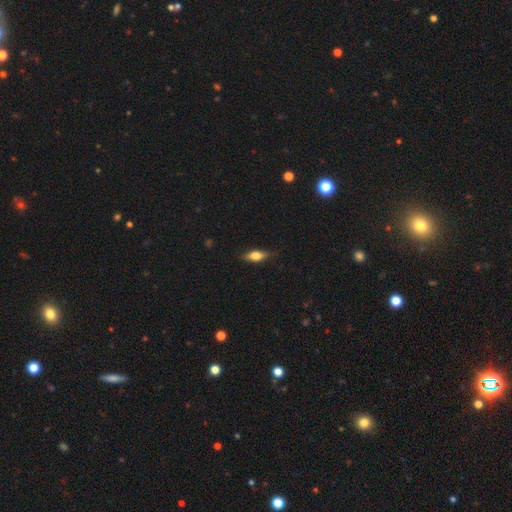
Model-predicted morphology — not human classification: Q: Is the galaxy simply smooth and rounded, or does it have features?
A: smooth — 60%.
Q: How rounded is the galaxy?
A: in between — 71%.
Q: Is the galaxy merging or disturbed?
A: none — 80%.